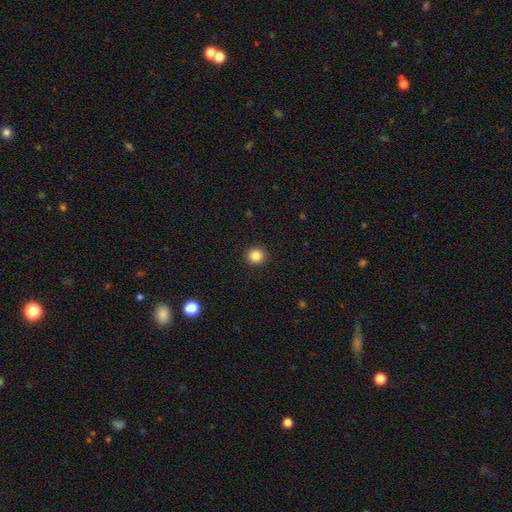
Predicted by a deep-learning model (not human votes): A smooth galaxy with no disk features (85%) that is round (92%). Merging: none (93%).